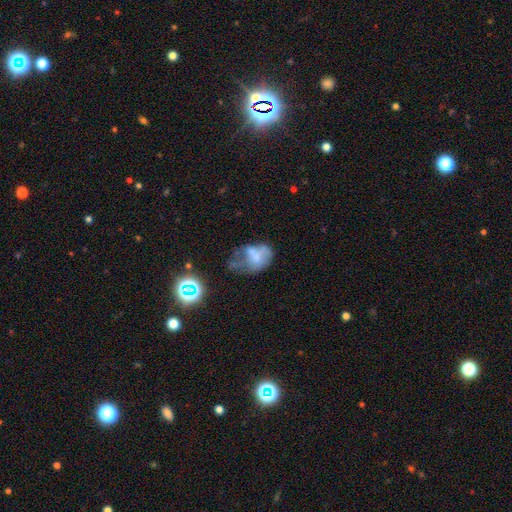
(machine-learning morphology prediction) A smooth galaxy with no disk features (46%). Merging: major disturbance (41%).